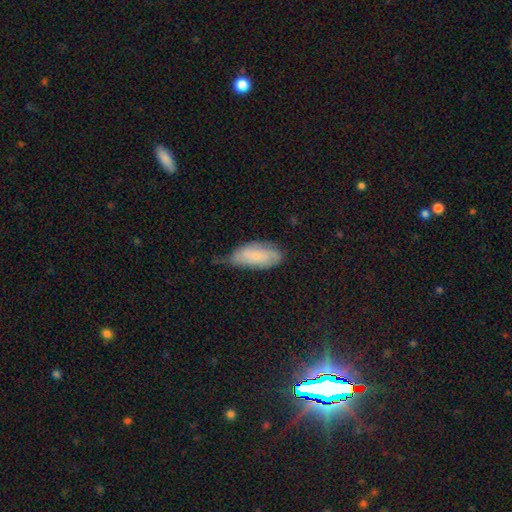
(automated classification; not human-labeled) smooth-or-featured: smooth: 51% | featured or disk: 42% | star or artifact: 8%
  how-rounded: in between: 86% | cigar-shaped: 11% | round: 3%
  merging: none: 43% | minor disturbance: 42% | major disturbance: 12% | merger: 2%